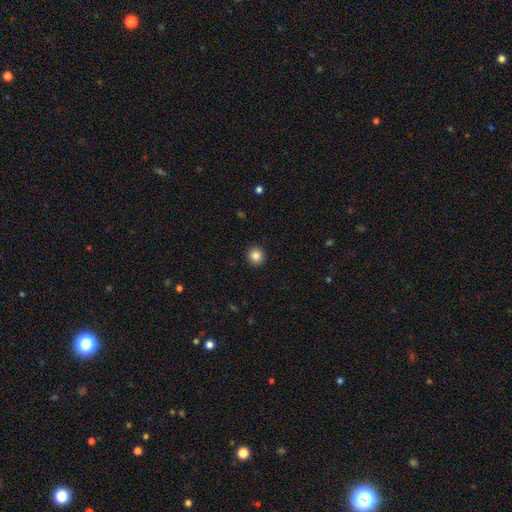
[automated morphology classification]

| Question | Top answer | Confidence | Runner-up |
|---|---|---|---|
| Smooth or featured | smooth | 85% | star or artifact (10%) |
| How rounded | round | 95% | in between (4%) |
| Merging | none | 93% | minor disturbance (5%) |